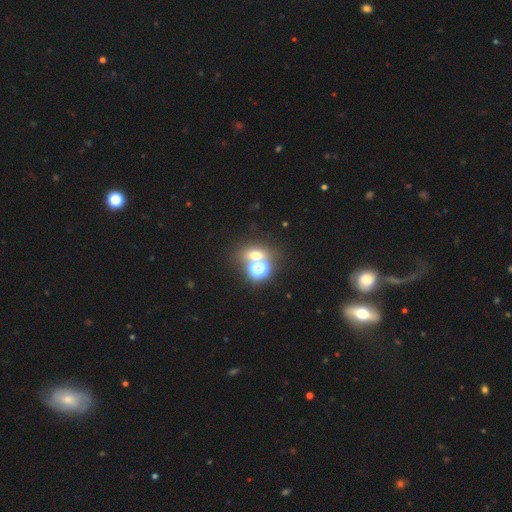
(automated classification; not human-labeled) Smooth or featured?
  - smooth: 49% *
  - star or artifact: 40%
  - featured or disk: 11%
Merging?
  - none: 64% *
  - merger: 23%
  - minor disturbance: 8%
  - major disturbance: 5%